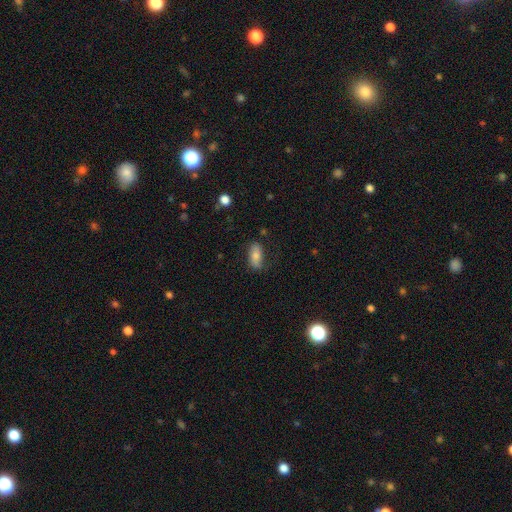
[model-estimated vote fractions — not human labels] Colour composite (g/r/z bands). It shows a smooth galaxy with no disk features (72%) that is in between round and cigar-shaped (84%). Merging: none (74%).